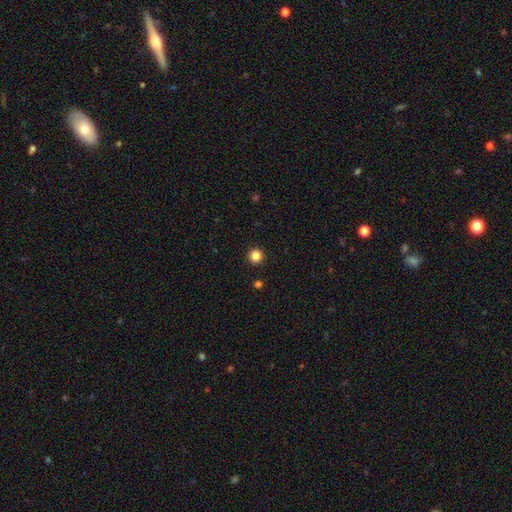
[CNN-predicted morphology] smooth 85%, star or artifact 12%, featured or disk 3%. Down the decision tree: how rounded — round (95%); merging — none (93%).